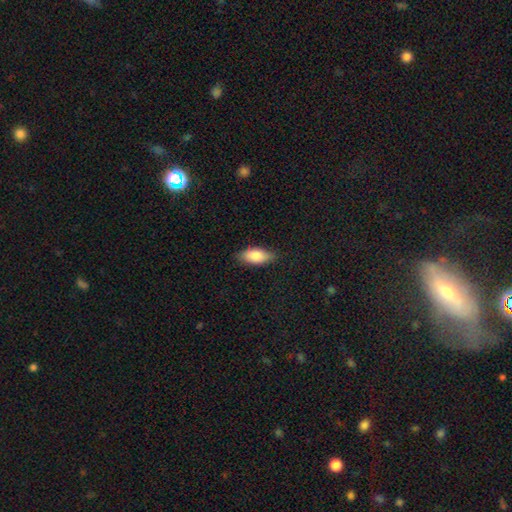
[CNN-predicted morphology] Overall: smooth (85%). How rounded: in between (88%). Merging: none (83%).